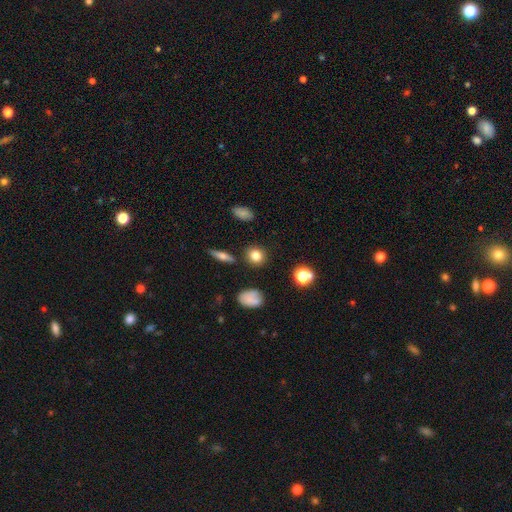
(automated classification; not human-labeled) Overall: smooth (79%). How rounded: round (82%). Merging: none (87%).